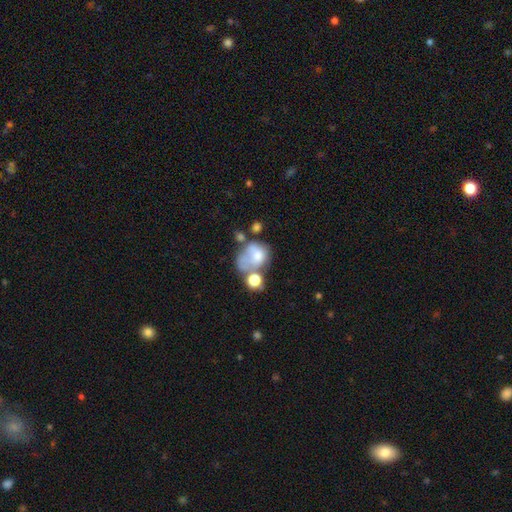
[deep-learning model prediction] A smooth galaxy with no disk features (60%) that is in between round and cigar-shaped (58%).

Vote fractions:
- Smooth or featured? smooth: 60% / featured or disk: 27% / star or artifact: 12%
- How rounded? in between: 58% / round: 41% / cigar-shaped: 1%
- Merging? merger: 38% / major disturbance: 26% / none: 20% / minor disturbance: 16%